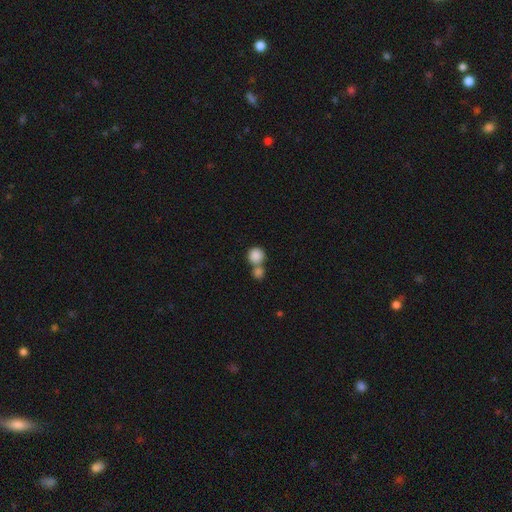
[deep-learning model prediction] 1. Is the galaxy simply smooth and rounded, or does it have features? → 86% smooth, 9% star or artifact, 6% featured or disk.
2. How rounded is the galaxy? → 90% round, 9% in between, 1% cigar-shaped.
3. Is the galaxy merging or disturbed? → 46% merger, 44% none, 7% minor disturbance, 3% major disturbance.